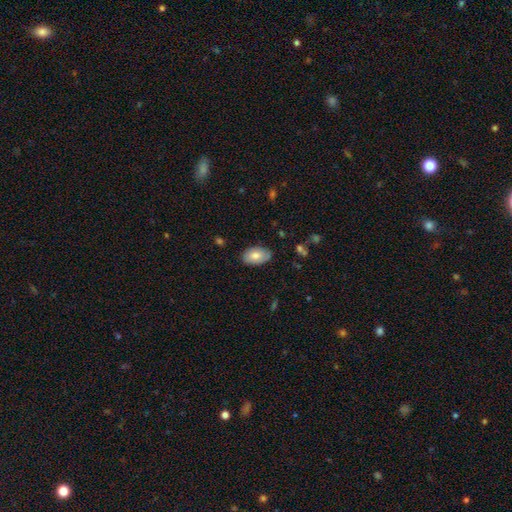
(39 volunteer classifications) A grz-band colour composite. It shows a smooth galaxy with no disk features (64%) that is in between round and cigar-shaped (84%). Merging: none (95%).